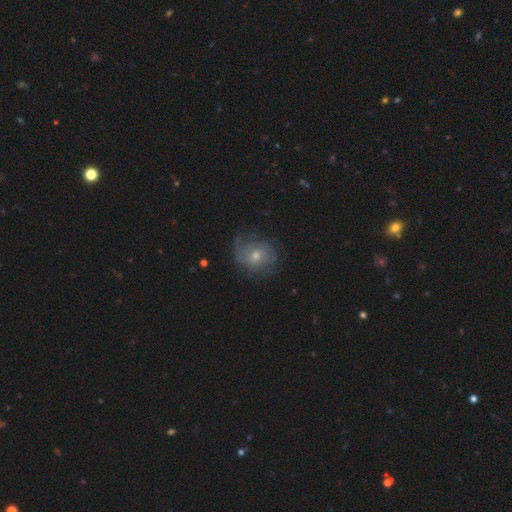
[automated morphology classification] This is possibly a featured or disk galaxy (55%). It is clearly not viewed edge-on (97%). Bar: likely no (73%). Spiral arm pattern: likely yes (78%). Central bulge: possibly moderate (53%). Merging: likely none (63%).